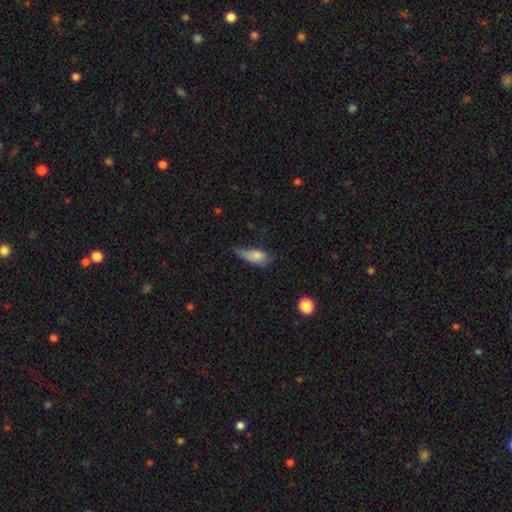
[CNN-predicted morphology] smooth-or-featured: smooth: 76% | featured or disk: 16% | star or artifact: 8%
  how-rounded: in between: 81% | cigar-shaped: 14% | round: 6%
  merging: minor disturbance: 42% | major disturbance: 32% | none: 22% | merger: 4%